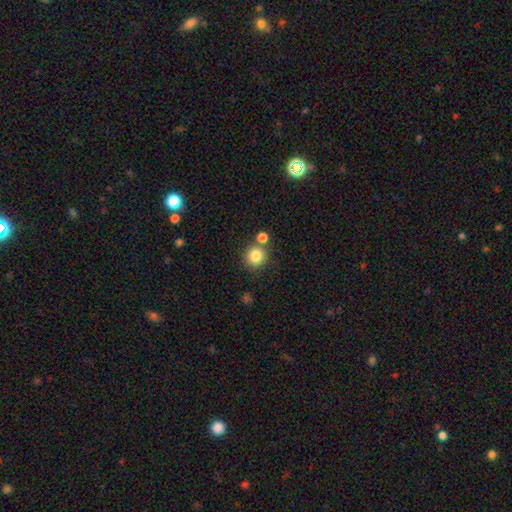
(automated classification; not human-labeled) smooth_or_featured: smooth (p=0.83) [alt: star or artifact p=0.11]
how_rounded: round (p=0.92) [alt: in between p=0.07]
merging: none (p=0.73) [alt: merger p=0.16]